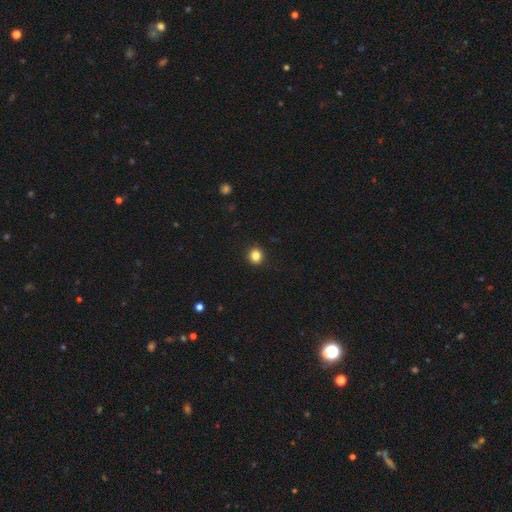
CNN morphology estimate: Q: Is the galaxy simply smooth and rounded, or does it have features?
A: smooth — 85%.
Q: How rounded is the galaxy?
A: round — 83%.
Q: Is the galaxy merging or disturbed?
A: none — 92%.